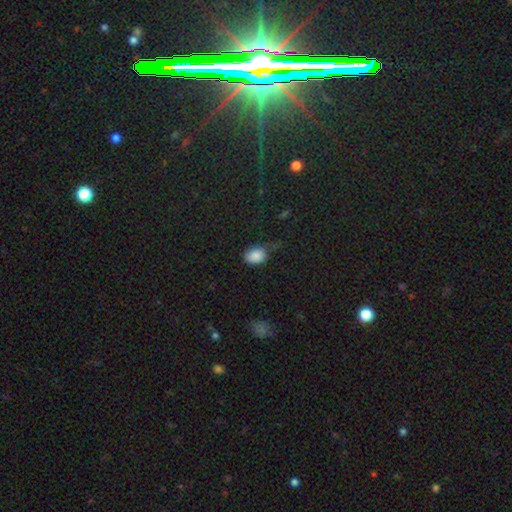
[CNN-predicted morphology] smooth 85%, star or artifact 9%, featured or disk 5%. Down the decision tree: how rounded — in between (78%); merging — none (52%).